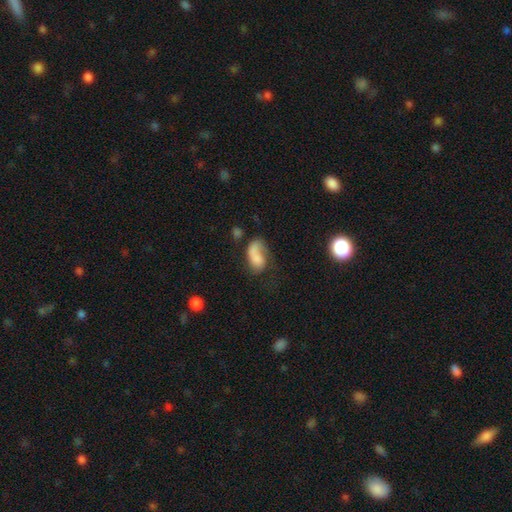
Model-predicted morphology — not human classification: This appears to be a smooth galaxy with no disk features (61%) that is in between round and cigar-shaped (90%). Merging: major disturbance (34%).